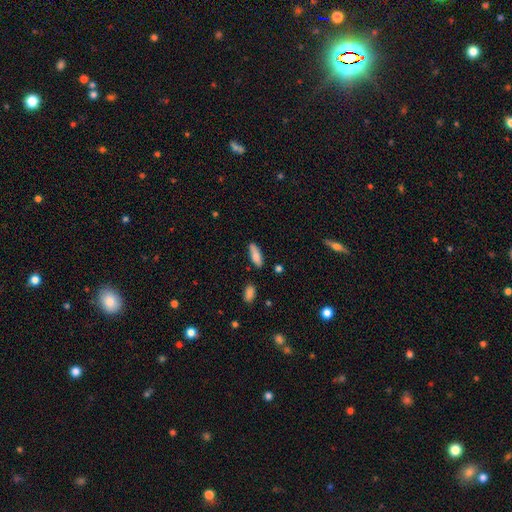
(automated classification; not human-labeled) A smooth galaxy with no disk features (83%) that is in between round and cigar-shaped (60%). Merging: none (80%).